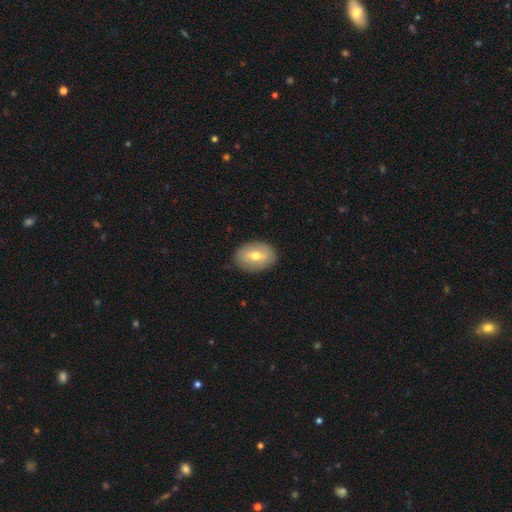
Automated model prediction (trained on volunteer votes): Smooth or featured? smooth (60%)
How rounded? in between (79%)
Merging? none (85%)